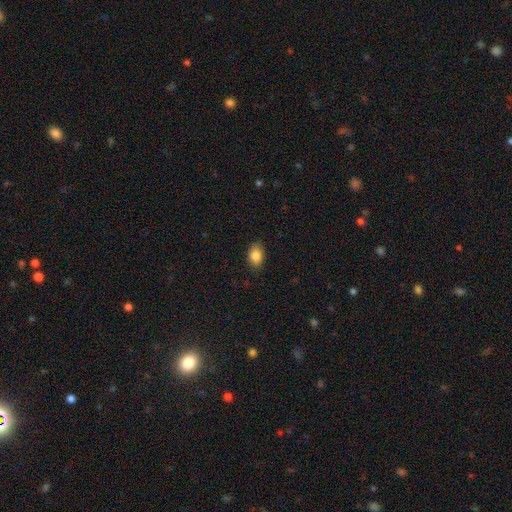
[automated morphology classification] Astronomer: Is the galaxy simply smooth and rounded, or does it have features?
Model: smooth — 85%.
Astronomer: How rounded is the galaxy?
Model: in between — 83%.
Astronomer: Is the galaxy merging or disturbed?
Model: none — 85%.